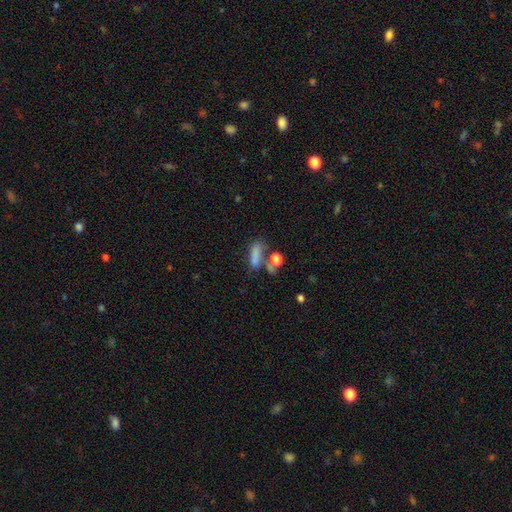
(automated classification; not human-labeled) A smooth galaxy with no disk features (73%) that is in between round and cigar-shaped (50%).

Vote fractions:
- Smooth or featured? smooth: 73% / star or artifact: 13% / featured or disk: 13%
- How rounded? in between: 50% / cigar-shaped: 39% / round: 11%
- Merging? none: 43% / merger: 27% / minor disturbance: 16% / major disturbance: 14%